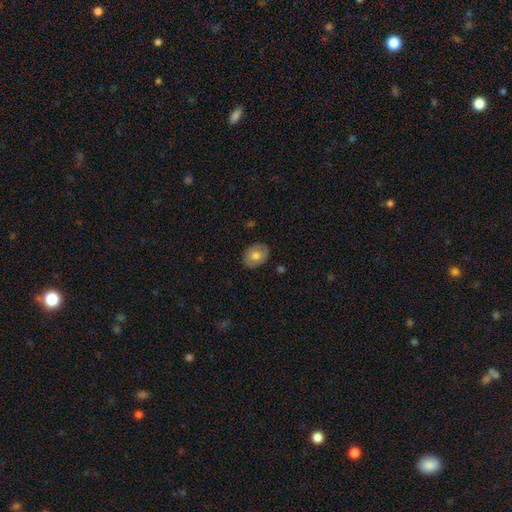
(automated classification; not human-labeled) This appears to be a smooth galaxy with no disk features (71%) that is in between round and cigar-shaped (67%). Merging: none (84%).